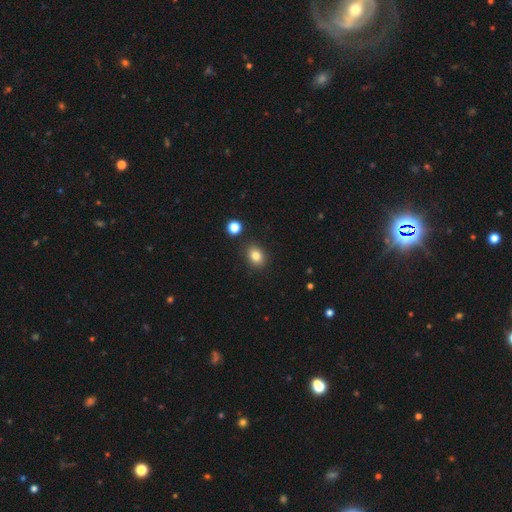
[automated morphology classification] This appears to be a smooth galaxy with no disk features (83%) that is in between round and cigar-shaped (63%). Merging: none (86%).